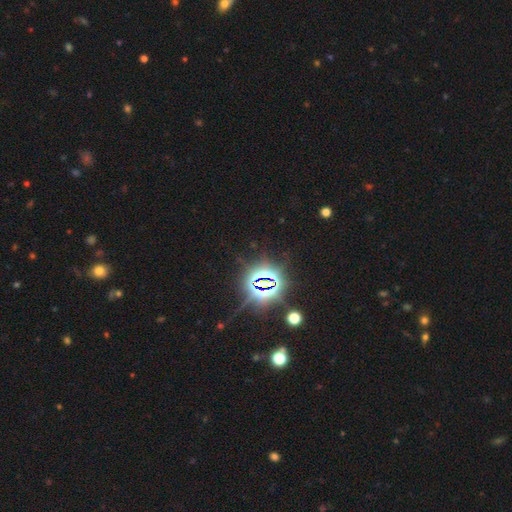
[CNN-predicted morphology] Smooth or featured? Predicted: star or artifact (p=0.83).